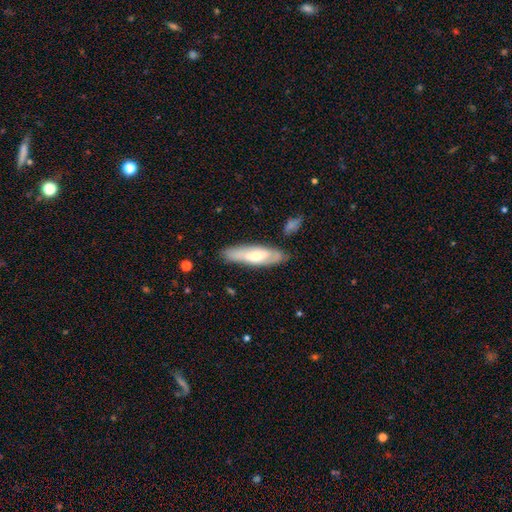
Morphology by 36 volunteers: smooth-or-featured: featured or disk: 67% | smooth: 33% | star or artifact: 0%
  disk-edge-on: no: 62% | yes: 38%
    bar: no: 53% | strong: 27% | weak: 20%
    has-spiral-arms: yes: 53% | no: 47%
      spiral-winding: tight: 75% | medium: 25% | loose: 0%
      spiral-arm-count: can't tell: 88% | 2: 12% | 1: 0% | 3: 0% | 4: 0% | more than 4: 0%
    bulge-size: moderate: 73% | small: 20% | large: 7% | dominant: 0% | none: 0%
  merging: none: 83% | minor disturbance: 17% | major disturbance: 0% | merger: 0%